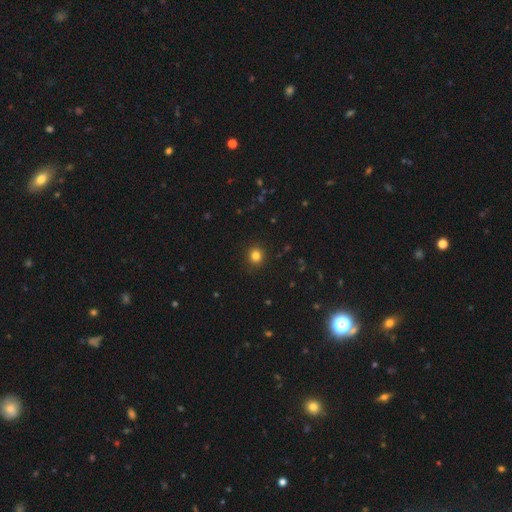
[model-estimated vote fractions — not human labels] Q: Smooth or featured?
A: smooth (82%); runner-up: star or artifact (13%)
Q: How rounded?
A: round (91%); runner-up: in between (8%)
Q: Merging?
A: none (92%); runner-up: minor disturbance (5%)